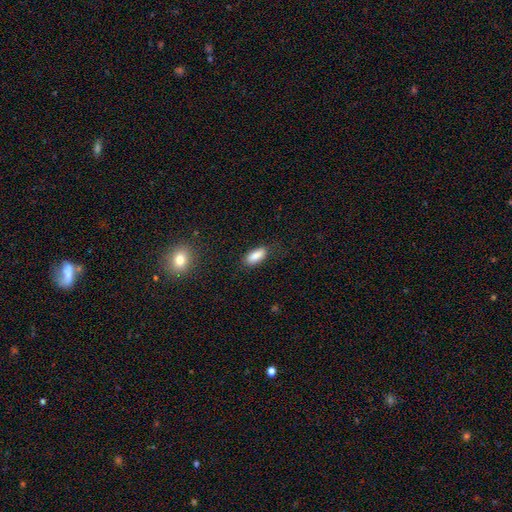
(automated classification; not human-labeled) smooth_or_featured: smooth (p=0.86) [alt: star or artifact p=0.08]
how_rounded: in between (p=0.81) [alt: cigar-shaped p=0.17]
merging: none (p=0.78) [alt: minor disturbance p=0.16]